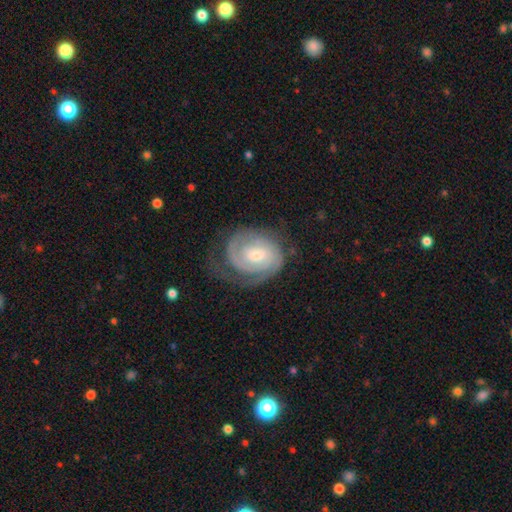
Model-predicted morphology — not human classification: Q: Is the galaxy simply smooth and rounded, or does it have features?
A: featured or disk — 85%.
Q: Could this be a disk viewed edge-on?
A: no — 98%.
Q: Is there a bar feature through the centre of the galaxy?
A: weak — 50%.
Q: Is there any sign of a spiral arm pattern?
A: yes — 96%.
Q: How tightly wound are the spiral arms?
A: tight — 65%.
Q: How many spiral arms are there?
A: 2 — 55%.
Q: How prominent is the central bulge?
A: moderate — 47%.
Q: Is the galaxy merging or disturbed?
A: none — 64%.